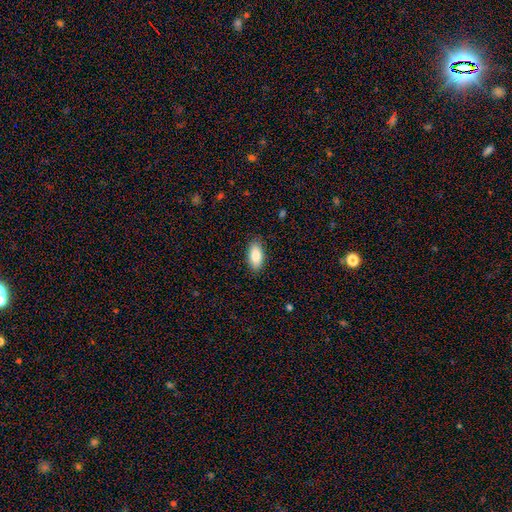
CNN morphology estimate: This is clearly a smooth galaxy (85%). How rounded: clearly in between (90%). Merging: clearly none (87%).